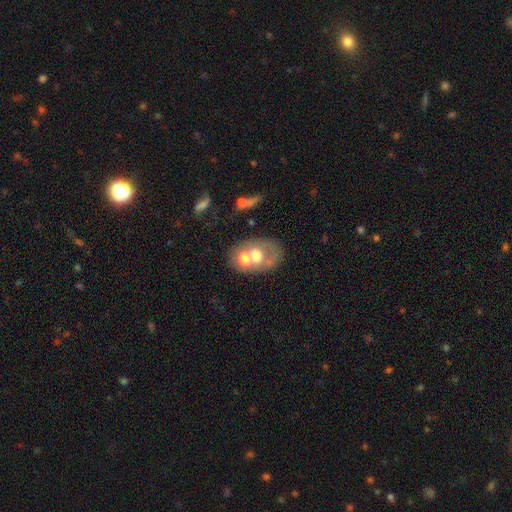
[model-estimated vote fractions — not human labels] A smooth galaxy with no disk features (49%). Merging: merger (42%).